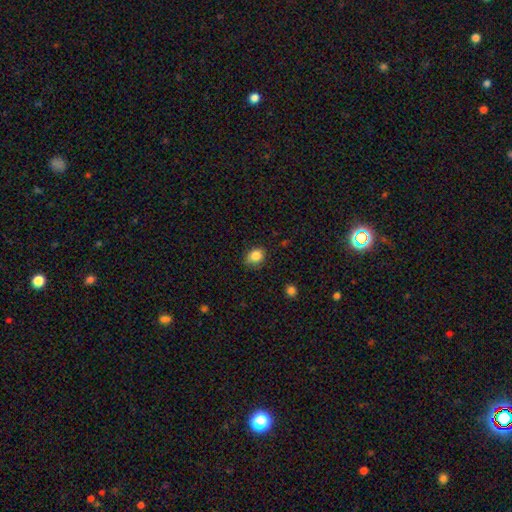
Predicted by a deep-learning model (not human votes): Smooth or featured?
  - smooth: 85% *
  - star or artifact: 10%
  - featured or disk: 5%
How rounded?
  - round: 51% *
  - in between: 48%
  - cigar-shaped: 1%
Merging?
  - none: 77% *
  - minor disturbance: 19%
  - major disturbance: 3%
  - merger: 1%